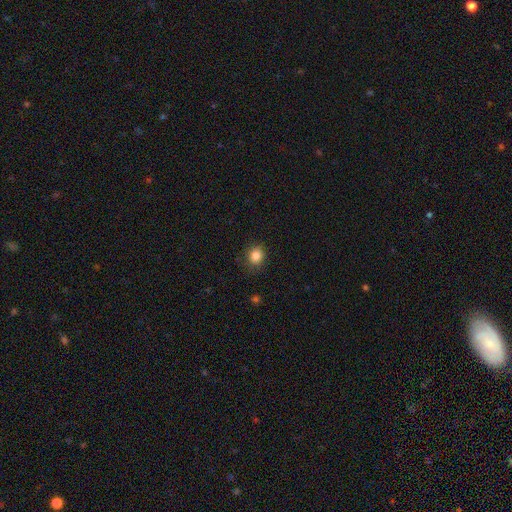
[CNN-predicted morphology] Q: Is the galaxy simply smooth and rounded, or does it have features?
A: smooth — 85%.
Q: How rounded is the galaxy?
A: round — 70%.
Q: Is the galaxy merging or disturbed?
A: none — 82%.